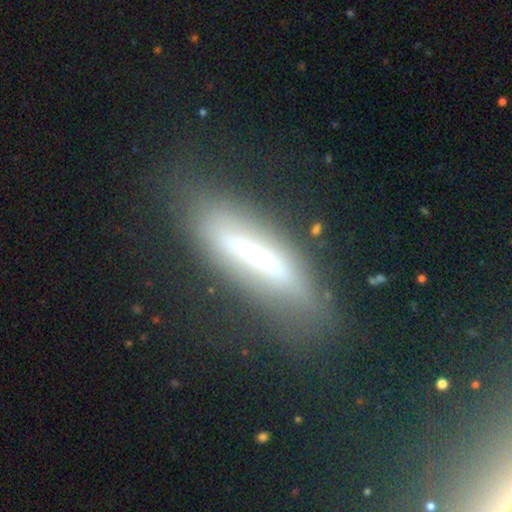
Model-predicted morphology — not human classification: Q: Smooth or featured?
A: featured or disk (64%); runner-up: smooth (28%)
Q: Edge-on disk?
A: yes (72%); runner-up: no (28%)
Q: Merging?
A: none (69%); runner-up: minor disturbance (18%)